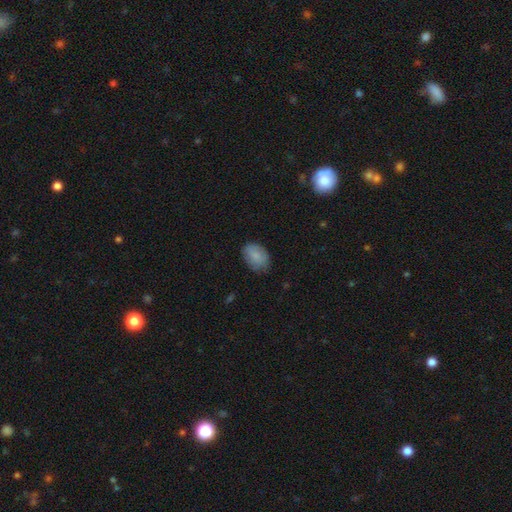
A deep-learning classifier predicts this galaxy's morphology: Smooth or featured? smooth (86%)
How rounded? in between (81%)
Merging? none (75%)